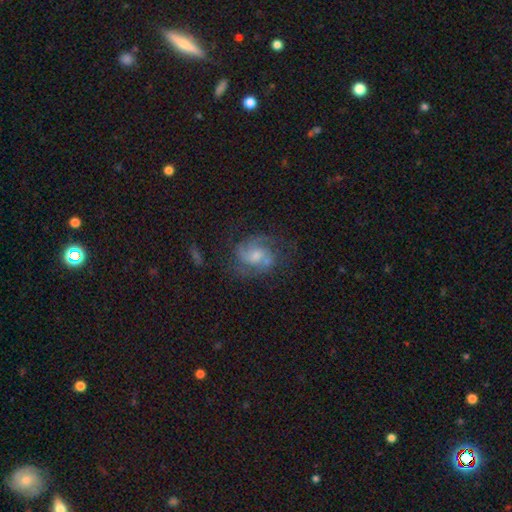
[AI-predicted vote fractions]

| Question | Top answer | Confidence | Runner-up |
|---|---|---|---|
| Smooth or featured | featured or disk | 77% | smooth (14%) |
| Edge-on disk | no | 98% | yes (2%) |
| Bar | no | 55% | weak (38%) |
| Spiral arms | yes | 94% | no (6%) |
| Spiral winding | medium | 51% | tight (30%) |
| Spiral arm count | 2 | 64% | can't tell (14%) |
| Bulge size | moderate | 44% | small (43%) |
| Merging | none | 67% | minor disturbance (18%) |